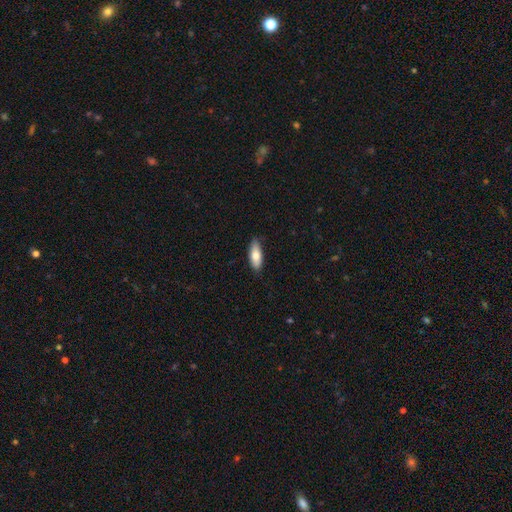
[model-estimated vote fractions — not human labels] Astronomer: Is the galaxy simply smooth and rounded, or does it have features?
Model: smooth — 77%.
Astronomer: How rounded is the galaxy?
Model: in between — 72%.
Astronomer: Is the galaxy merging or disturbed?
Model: none — 83%.